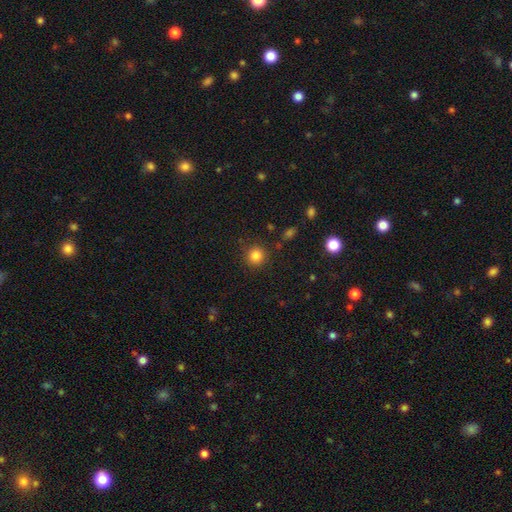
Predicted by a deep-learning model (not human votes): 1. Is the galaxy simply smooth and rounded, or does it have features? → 84% smooth, 12% star or artifact, 5% featured or disk.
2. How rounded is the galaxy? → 93% round, 6% in between, 1% cigar-shaped.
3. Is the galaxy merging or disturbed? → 88% none, 7% minor disturbance, 3% major disturbance, 2% merger.